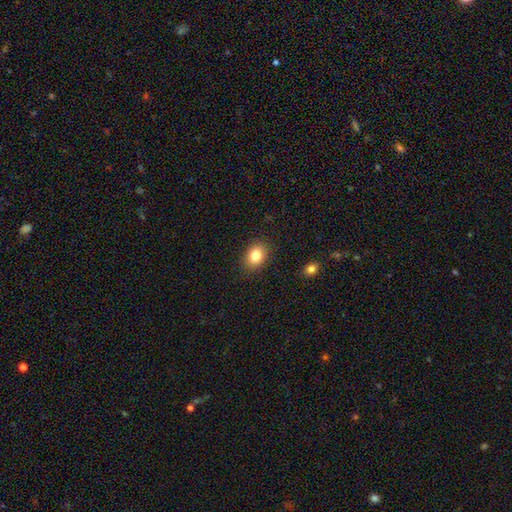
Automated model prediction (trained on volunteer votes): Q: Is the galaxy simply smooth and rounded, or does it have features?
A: smooth — 83%.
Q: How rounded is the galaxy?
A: in between — 64%.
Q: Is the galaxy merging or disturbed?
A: none — 87%.